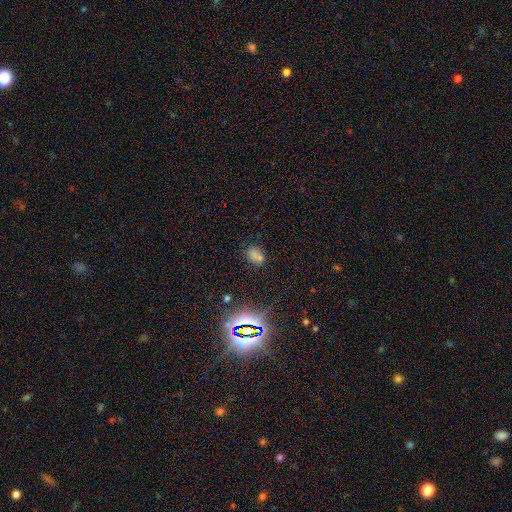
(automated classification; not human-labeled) Smooth or featured? smooth (64%)
How rounded? in between (58%)
Merging? none (60%)